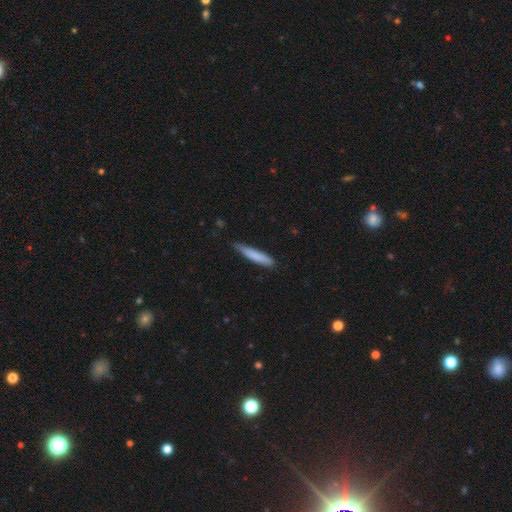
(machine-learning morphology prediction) A smooth galaxy with no disk features (80%) that is cigar-shaped (92%).

Vote fractions:
- Smooth or featured? smooth: 80% / featured or disk: 15% / star or artifact: 5%
- How rounded? cigar-shaped: 92% / in between: 7% / round: 1%
- Merging? none: 74% / minor disturbance: 22% / major disturbance: 3% / merger: 1%